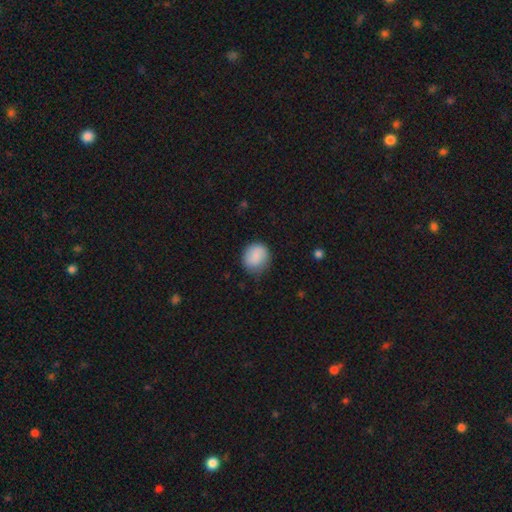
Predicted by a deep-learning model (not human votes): Q: Smooth or featured?
A: smooth (83%); runner-up: featured or disk (10%)
Q: How rounded?
A: round (78%); runner-up: in between (21%)
Q: Merging?
A: none (75%); runner-up: minor disturbance (18%)